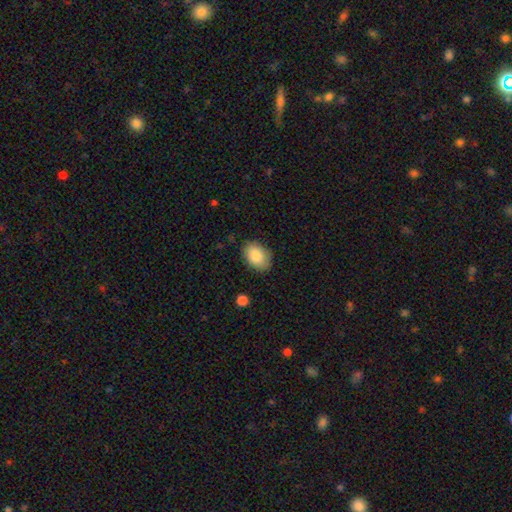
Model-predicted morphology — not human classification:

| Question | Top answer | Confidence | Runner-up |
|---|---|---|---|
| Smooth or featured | smooth | 85% | featured or disk (8%) |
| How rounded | in between | 83% | round (16%) |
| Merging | none | 83% | minor disturbance (13%) |